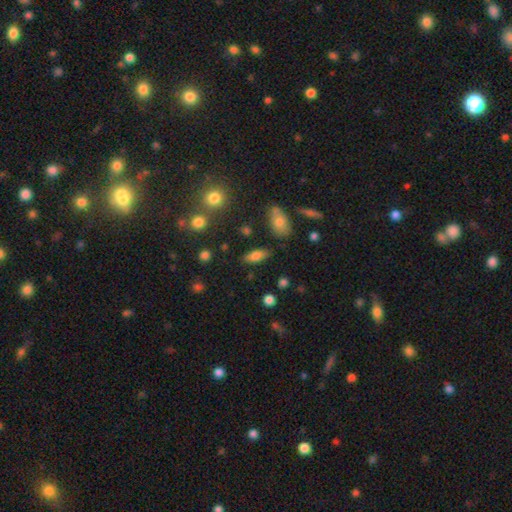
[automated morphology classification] Smooth or featured? Predicted: smooth (p=0.74). How rounded? Predicted: in between (p=0.75). Merging? Predicted: none (p=0.80).